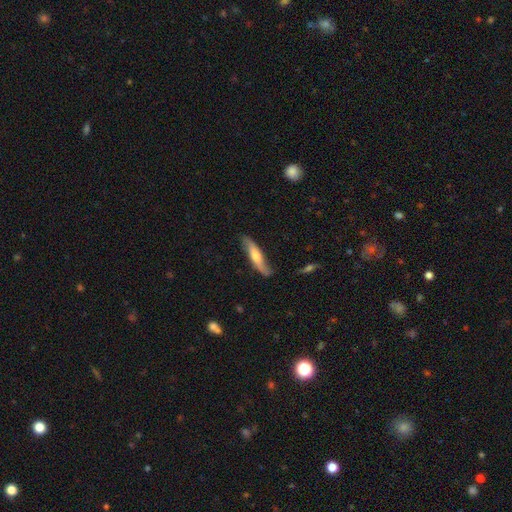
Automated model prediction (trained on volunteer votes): Smooth or featured: featured or disk — 51% (smooth — 43%)
Edge-on disk: yes — 60% (no — 40%)
Merging: none — 71% (minor disturbance — 21%)